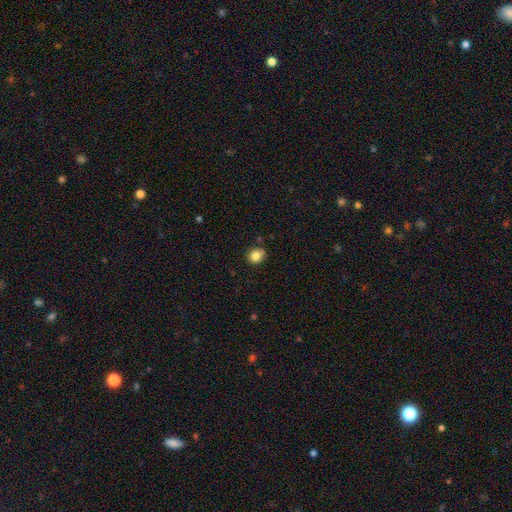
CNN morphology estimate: This is clearly a smooth galaxy (84%). How rounded: likely round (64%). Merging: clearly none (81%).